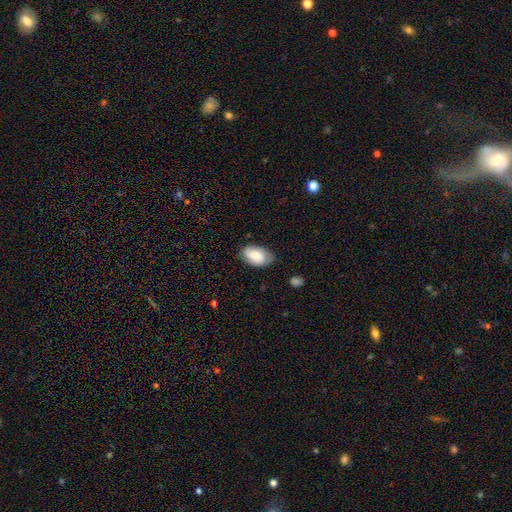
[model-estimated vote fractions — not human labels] Smooth or featured? Predicted: smooth (p=0.70). How rounded? Predicted: in between (p=0.92). Merging? Predicted: none (p=0.72).